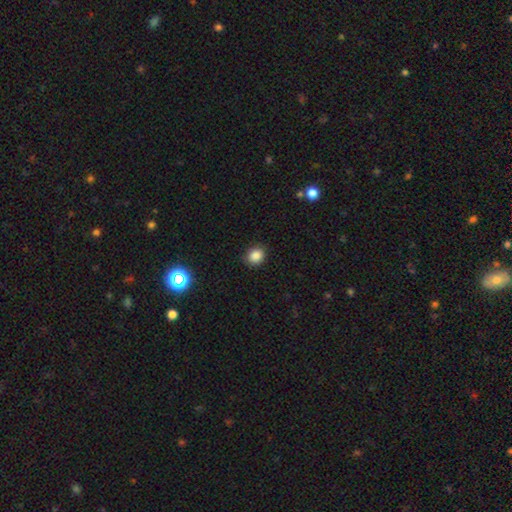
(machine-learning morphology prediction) A smooth galaxy with no disk features (85%) that is round (72%).

Vote fractions:
- Smooth or featured? smooth: 85% / star or artifact: 12% / featured or disk: 3%
- How rounded? round: 72% / in between: 27% / cigar-shaped: 1%
- Merging? none: 86% / minor disturbance: 11% / major disturbance: 2% / merger: 1%